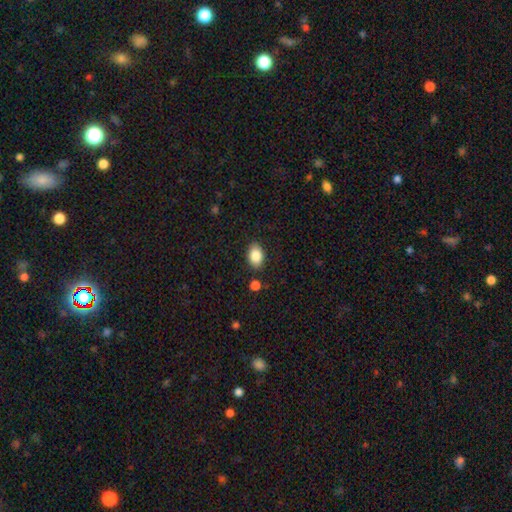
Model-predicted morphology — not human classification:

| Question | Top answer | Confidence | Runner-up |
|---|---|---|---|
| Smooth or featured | smooth | 86% | star or artifact (8%) |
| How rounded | in between | 86% | round (13%) |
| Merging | none | 86% | minor disturbance (9%) |